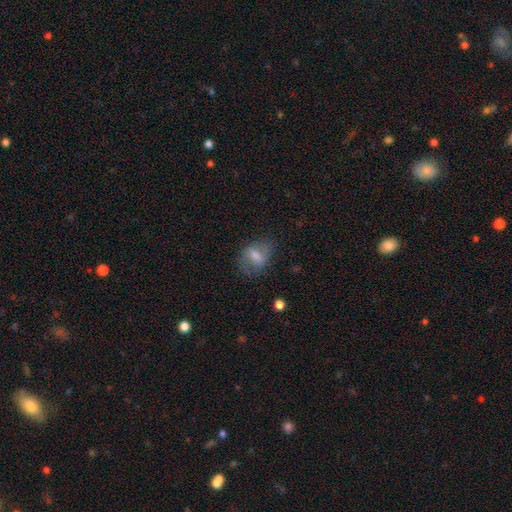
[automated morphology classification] Smooth or featured? Predicted: smooth (p=0.49). Merging? Predicted: none (p=0.64).